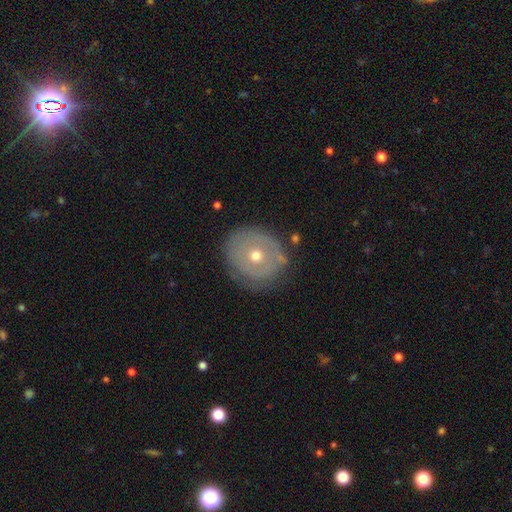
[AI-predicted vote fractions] smooth_or_featured: featured or disk (p=0.55) [alt: smooth p=0.37]
disk_edge_on: no (p=0.95) [alt: yes p=0.05]
bar: no (p=0.90) [alt: weak p=0.08]
has_spiral_arms: no (p=0.67) [alt: yes p=0.33]
bulge_size: moderate (p=0.57) [alt: small p=0.40]
merging: none (p=0.72) [alt: minor disturbance p=0.19]